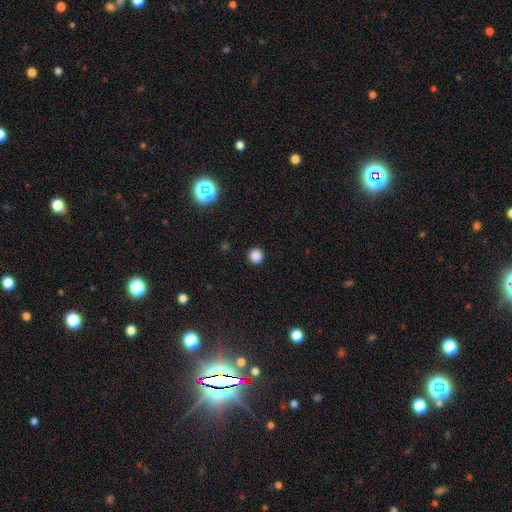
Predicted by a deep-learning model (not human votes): smooth_or_featured: smooth (p=0.85) [alt: star or artifact p=0.12]
how_rounded: round (p=0.93) [alt: in between p=0.06]
merging: none (p=0.92) [alt: minor disturbance p=0.05]